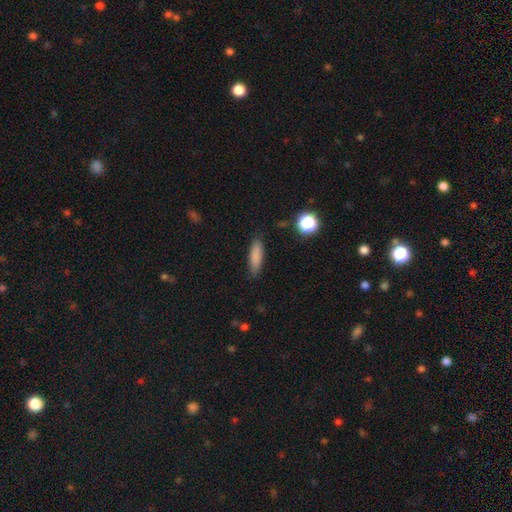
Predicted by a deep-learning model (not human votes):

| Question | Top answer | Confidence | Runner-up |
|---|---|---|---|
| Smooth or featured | smooth | 83% | star or artifact (8%) |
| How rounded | cigar-shaped | 60% | in between (38%) |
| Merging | none | 85% | minor disturbance (11%) |